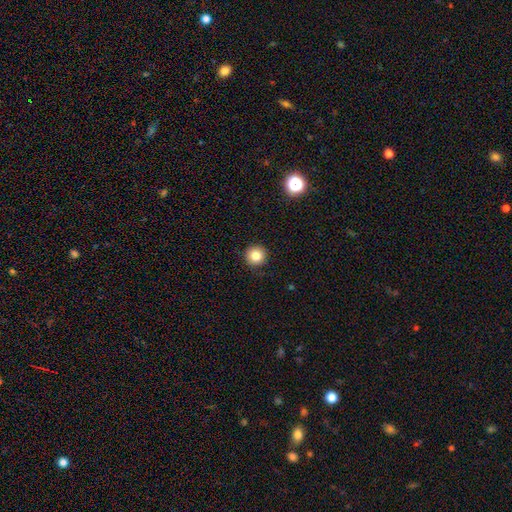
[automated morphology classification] Q: Smooth or featured?
A: smooth (82%); runner-up: star or artifact (11%)
Q: How rounded?
A: round (96%); runner-up: in between (3%)
Q: Merging?
A: none (91%); runner-up: minor disturbance (6%)